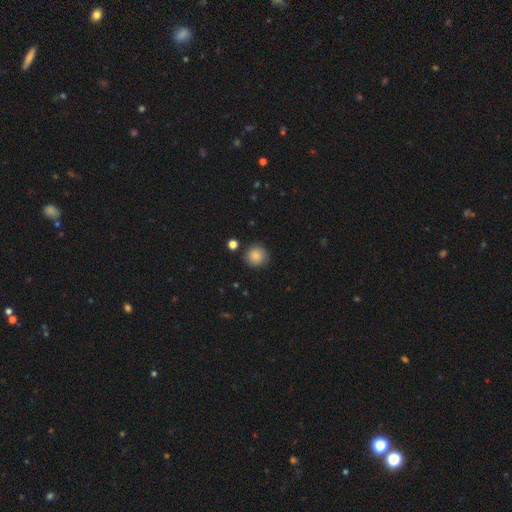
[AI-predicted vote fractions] Smooth or featured: smooth — 86% (star or artifact — 9%)
How rounded: round — 93% (in between — 6%)
Merging: none — 86% (minor disturbance — 9%)